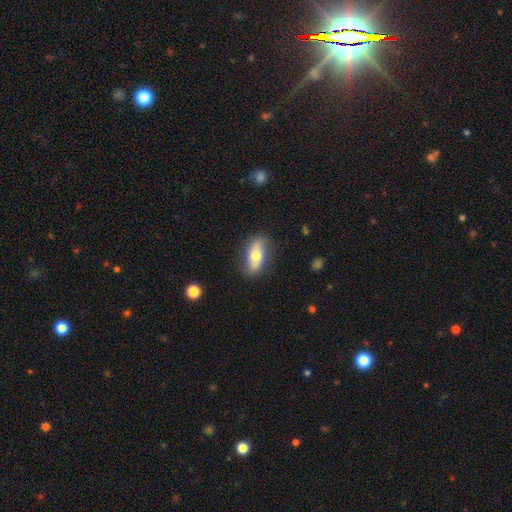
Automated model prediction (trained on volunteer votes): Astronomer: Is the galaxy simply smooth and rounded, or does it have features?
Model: smooth — 62%.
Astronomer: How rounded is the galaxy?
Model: in between — 78%.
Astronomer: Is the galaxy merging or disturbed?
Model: none — 83%.